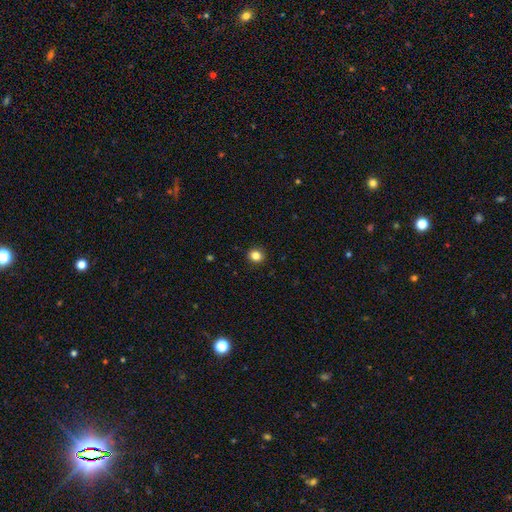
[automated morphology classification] Smooth or featured: smooth — 84% (star or artifact — 11%)
How rounded: round — 83% (in between — 16%)
Merging: none — 92% (minor disturbance — 6%)